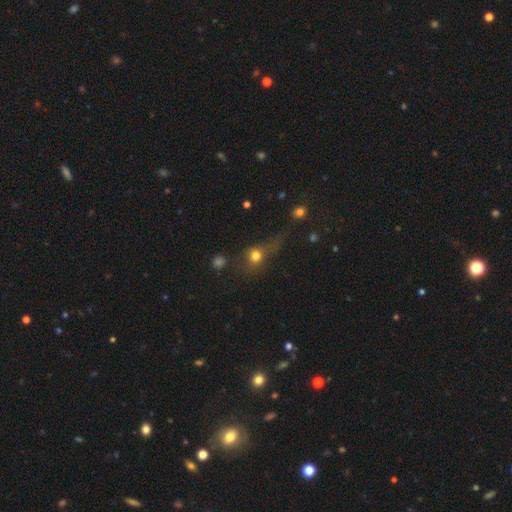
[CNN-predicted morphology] Smooth or featured?
  - smooth: 68% *
  - star or artifact: 17%
  - featured or disk: 15%
How rounded?
  - round: 68% *
  - in between: 27%
  - cigar-shaped: 5%
Merging?
  - none: 38% *
  - major disturbance: 31%
  - minor disturbance: 22%
  - merger: 9%